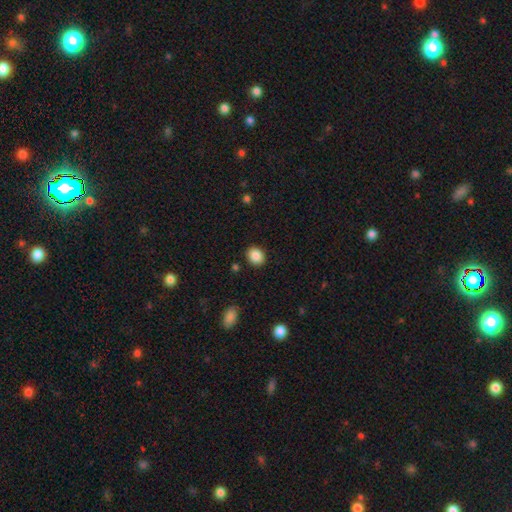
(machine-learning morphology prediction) Overall: smooth (88%). How rounded: round (56%; in between 43%). Merging: none (89%).